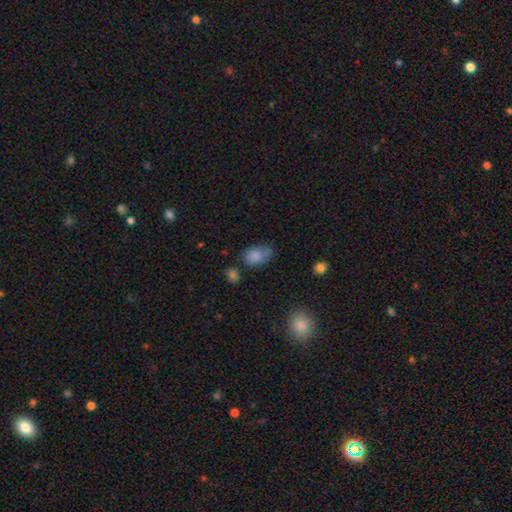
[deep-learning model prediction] A smooth galaxy with no disk features (82%) that is in between round and cigar-shaped (85%). Merging: none (52%).